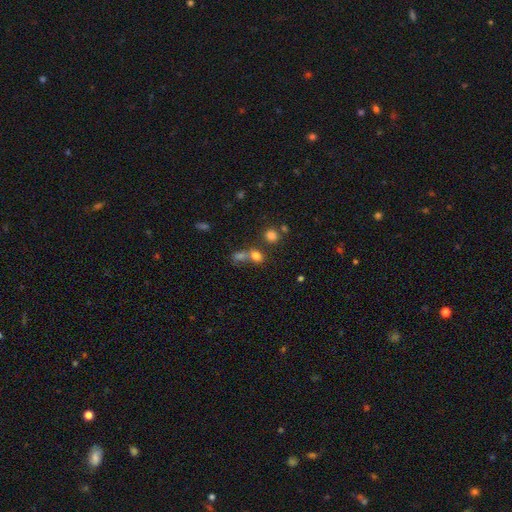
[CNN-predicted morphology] A smooth galaxy with no disk features (73%) that is round (58%). Merging: none (47%).